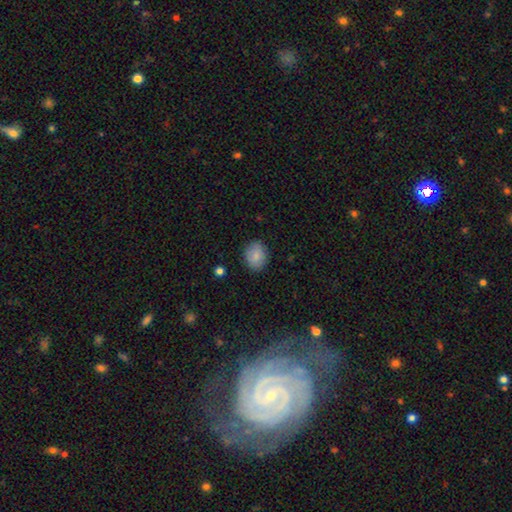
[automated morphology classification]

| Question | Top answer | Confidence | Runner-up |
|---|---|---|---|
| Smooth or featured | smooth | 86% | star or artifact (7%) |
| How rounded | in between | 51% | round (49%) |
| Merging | none | 86% | minor disturbance (10%) |